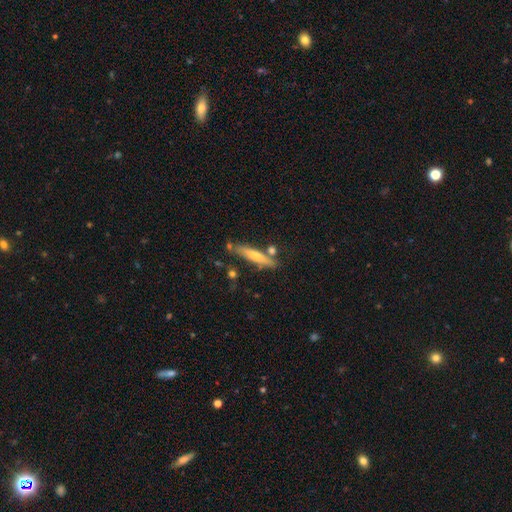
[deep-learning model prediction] A smooth galaxy with no disk features (48%).

Vote fractions:
- Smooth or featured? smooth: 48% / featured or disk: 46% / star or artifact: 7%
- Merging? none: 76% / minor disturbance: 14% / merger: 7% / major disturbance: 3%